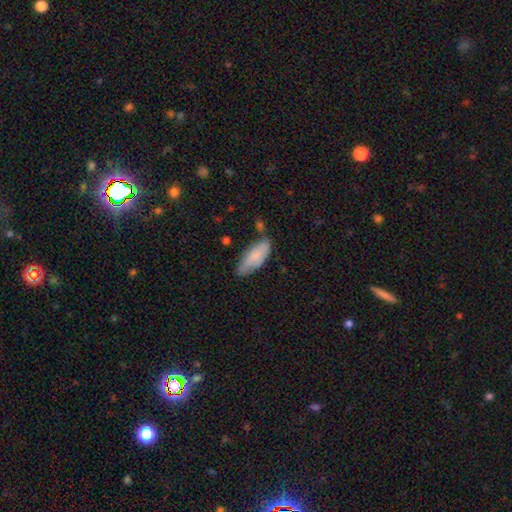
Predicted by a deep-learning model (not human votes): Q: Smooth or featured?
A: smooth (78%); runner-up: featured or disk (16%)
Q: How rounded?
A: in between (78%); runner-up: cigar-shaped (20%)
Q: Merging?
A: none (59%); runner-up: minor disturbance (29%)